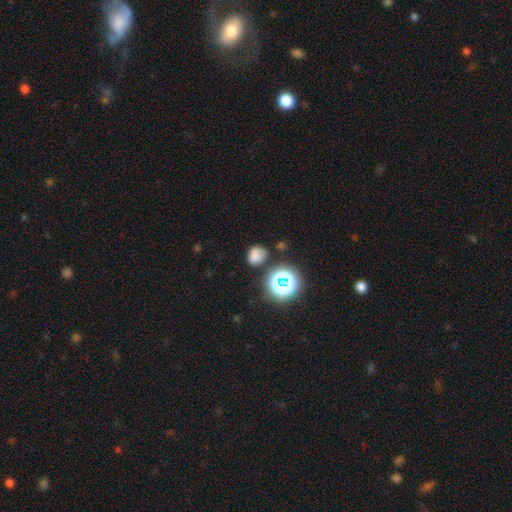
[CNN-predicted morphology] A smooth galaxy with no disk features (73%) that is round (53%). Merging: none (71%).